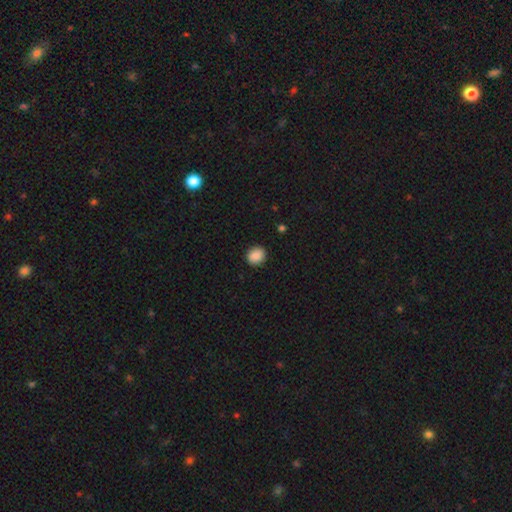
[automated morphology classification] A smooth galaxy with no disk features (88%) that is round (75%). Merging: none (90%).